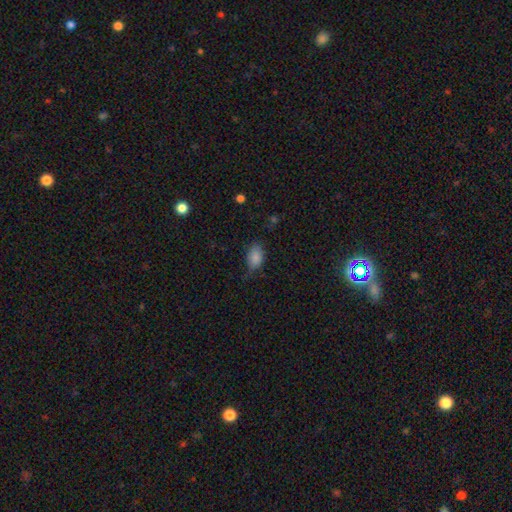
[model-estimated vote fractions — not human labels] This is clearly a smooth galaxy (84%). How rounded: clearly in between (86%). Merging: possibly none (60%).